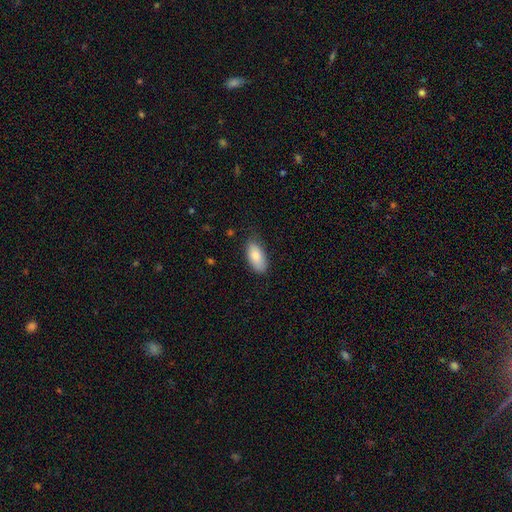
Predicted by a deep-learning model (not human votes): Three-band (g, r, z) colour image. It shows a smooth galaxy with no disk features (82%) that is in between round and cigar-shaped (91%). Merging: none (75%).